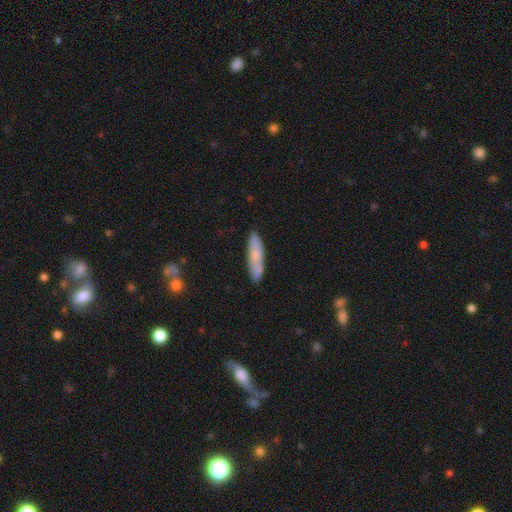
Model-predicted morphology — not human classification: smooth-or-featured: smooth: 66% | featured or disk: 28% | star or artifact: 6%
  how-rounded: cigar-shaped: 74% | in between: 24% | round: 2%
  merging: none: 82% | minor disturbance: 13% | major disturbance: 2% | merger: 2%